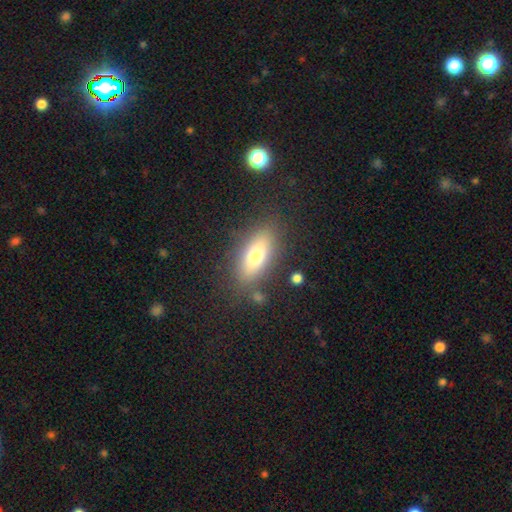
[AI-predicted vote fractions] A smooth galaxy with no disk features (70%) that is in between round and cigar-shaped (74%).

Vote fractions:
- Smooth or featured? smooth: 70% / featured or disk: 21% / star or artifact: 9%
- How rounded? in between: 74% / cigar-shaped: 22% / round: 4%
- Merging? none: 81% / minor disturbance: 12% / major disturbance: 4% / merger: 3%